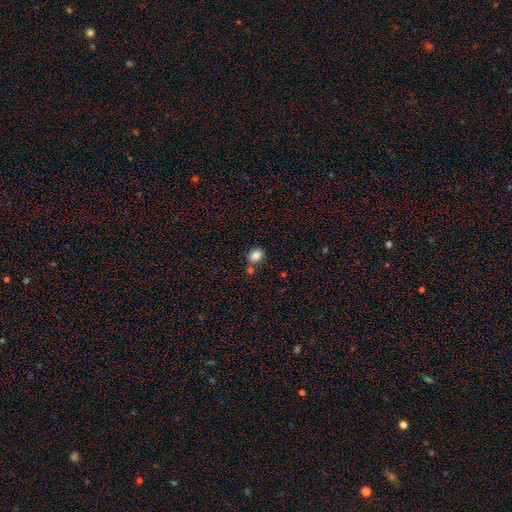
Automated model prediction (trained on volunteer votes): smooth 85%, star or artifact 10%, featured or disk 6%. Down the decision tree: how rounded — in between (65%); merging — none (66%).